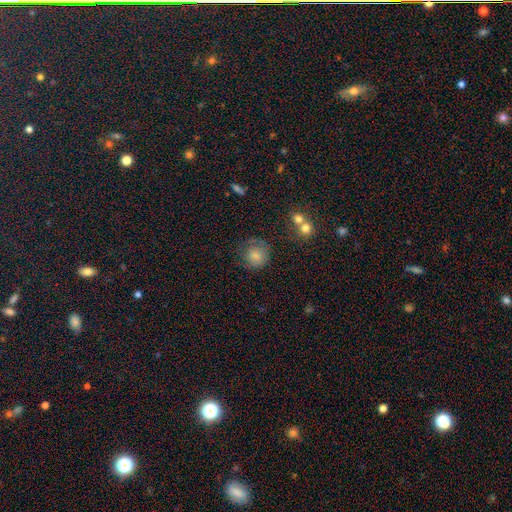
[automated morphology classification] Overall: smooth (73%). How rounded: round (86%). Merging: none (57%; minor disturbance 24%).